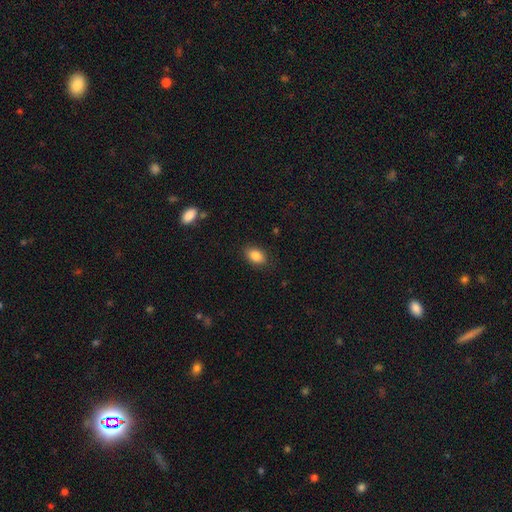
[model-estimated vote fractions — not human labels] Smooth or featured?
  - smooth: 85% *
  - star or artifact: 9%
  - featured or disk: 7%
How rounded?
  - in between: 83% *
  - round: 16%
  - cigar-shaped: 1%
Merging?
  - none: 86% *
  - minor disturbance: 10%
  - major disturbance: 2%
  - merger: 1%